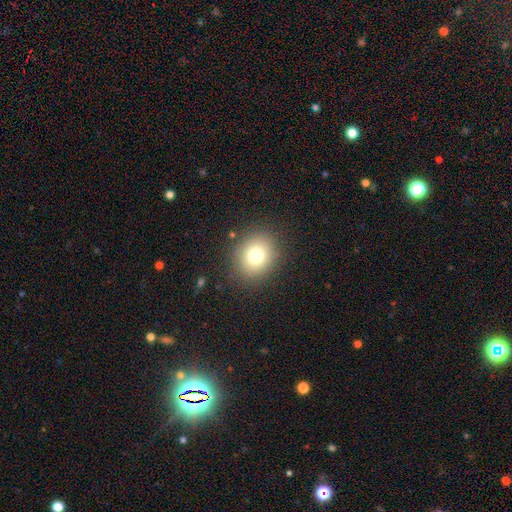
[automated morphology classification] Smooth or featured?
  - smooth: 76% *
  - star or artifact: 13%
  - featured or disk: 11%
How rounded?
  - round: 70% *
  - in between: 29%
  - cigar-shaped: 1%
Merging?
  - none: 86% *
  - minor disturbance: 9%
  - major disturbance: 4%
  - merger: 1%